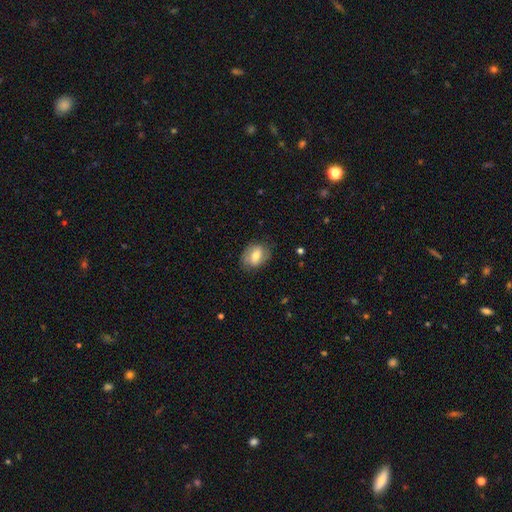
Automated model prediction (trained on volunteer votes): smooth-or-featured: smooth: 56% | featured or disk: 36% | star or artifact: 8%
  how-rounded: in between: 70% | round: 29% | cigar-shaped: 2%
  merging: none: 76% | minor disturbance: 17% | major disturbance: 5% | merger: 1%